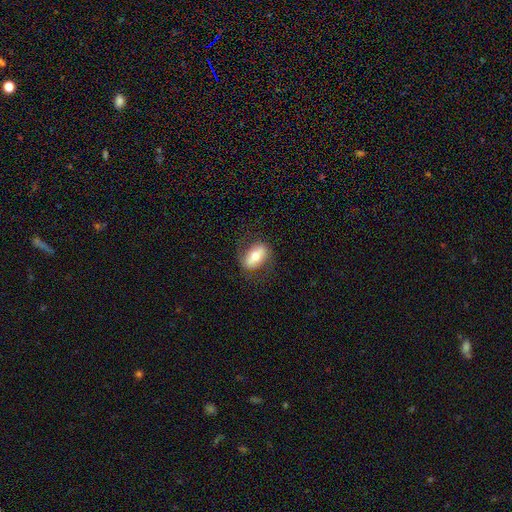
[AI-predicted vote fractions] smooth_or_featured: smooth (p=0.57) [alt: featured or disk p=0.36]
how_rounded: in between (p=0.85) [alt: round p=0.09]
merging: none (p=0.74) [alt: minor disturbance p=0.16]